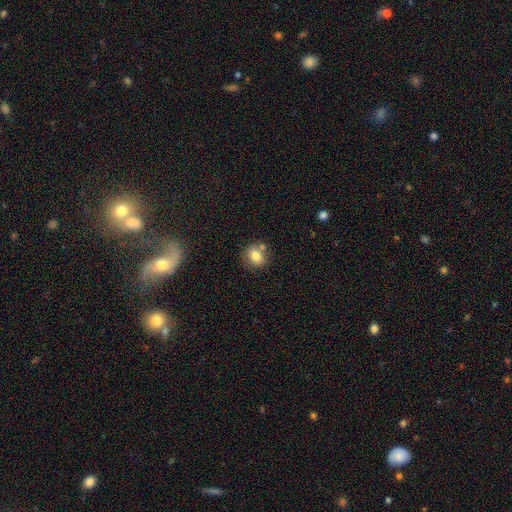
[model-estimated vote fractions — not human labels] The model was most divided on "how rounded": round: 64%, in between: 35%, cigar-shaped: 1%. More confident: smooth or featured — smooth (78%); merging — none (67%).